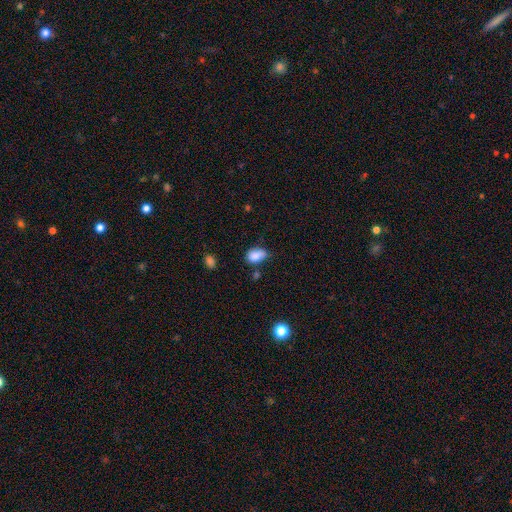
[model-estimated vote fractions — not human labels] A smooth galaxy with no disk features (84%) that is in between round and cigar-shaped (85%). Merging: none (49%).